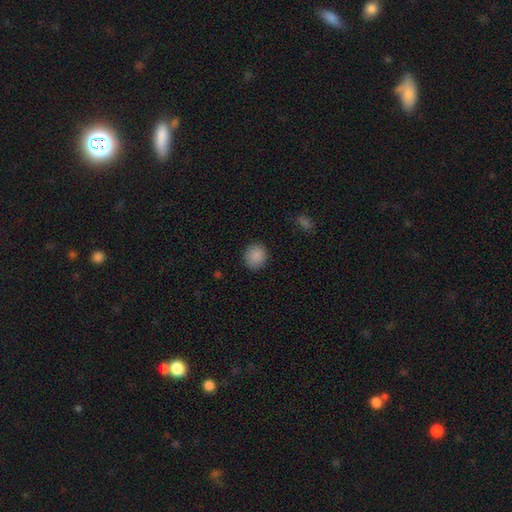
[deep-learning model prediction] Morphology: type=smooth (89%); roundness=round (85%); merging=none (89%).